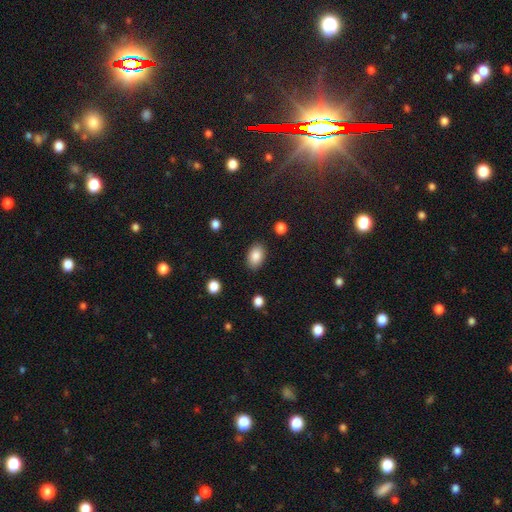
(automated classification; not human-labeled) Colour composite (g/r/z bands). It shows a smooth galaxy with no disk features (86%) that is in between round and cigar-shaped (87%). Merging: none (86%).